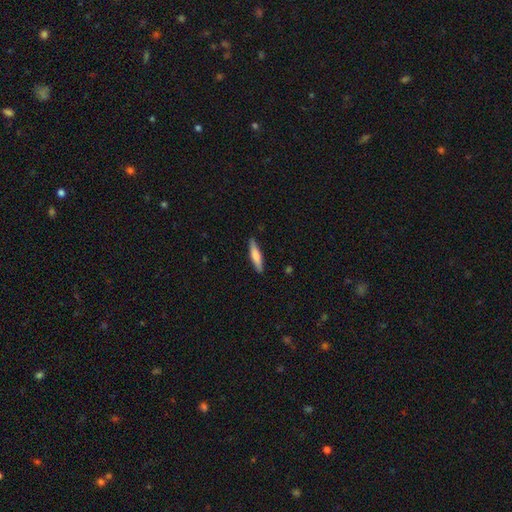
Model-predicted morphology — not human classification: smooth 63%, featured or disk 31%, star or artifact 5%. Down the decision tree: how rounded — cigar-shaped (83%); merging — none (87%).